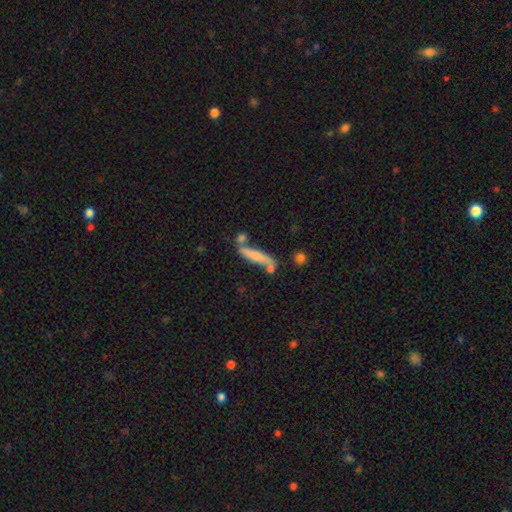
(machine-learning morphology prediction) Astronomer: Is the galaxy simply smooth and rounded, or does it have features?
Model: smooth — 65%.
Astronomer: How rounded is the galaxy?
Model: cigar-shaped — 83%.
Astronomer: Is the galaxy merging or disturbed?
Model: none — 59%.